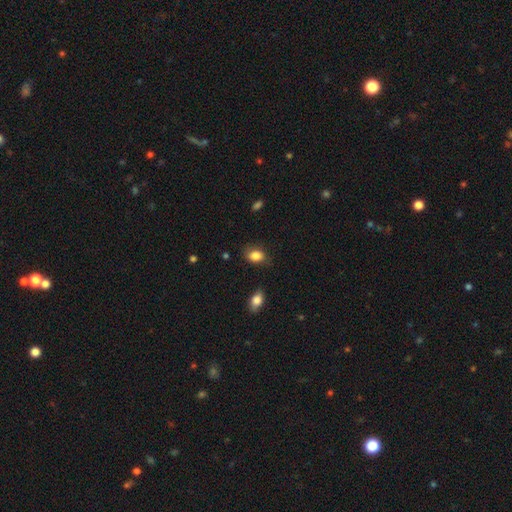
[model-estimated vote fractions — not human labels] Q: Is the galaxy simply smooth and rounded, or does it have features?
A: smooth — 85%.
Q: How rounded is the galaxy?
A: in between — 79%.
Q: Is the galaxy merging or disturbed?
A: none — 74%.